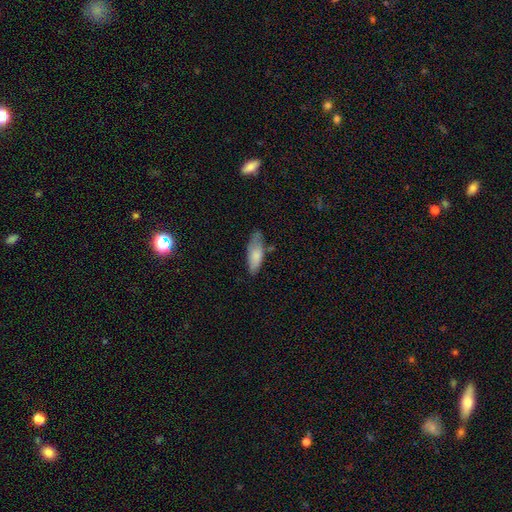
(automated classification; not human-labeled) smooth_or_featured: smooth (p=0.79) [alt: featured or disk p=0.15]
how_rounded: in between (p=0.67) [alt: cigar-shaped p=0.31]
merging: none (p=0.57) [alt: minor disturbance p=0.31]